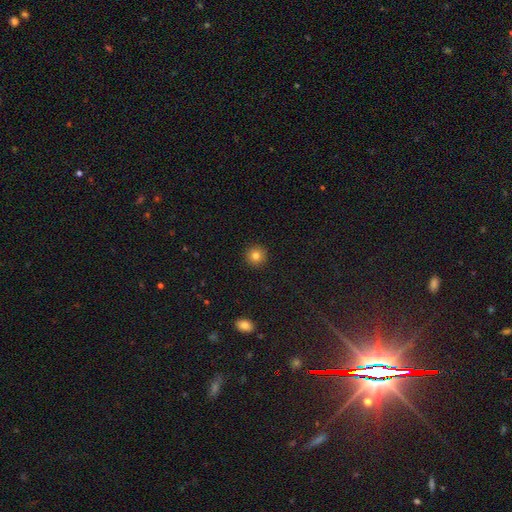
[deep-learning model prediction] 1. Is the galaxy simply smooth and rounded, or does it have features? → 82% smooth, 11% star or artifact, 7% featured or disk.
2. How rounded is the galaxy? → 95% round, 4% in between, 1% cigar-shaped.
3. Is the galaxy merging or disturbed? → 93% none, 4% minor disturbance, 2% major disturbance, 1% merger.